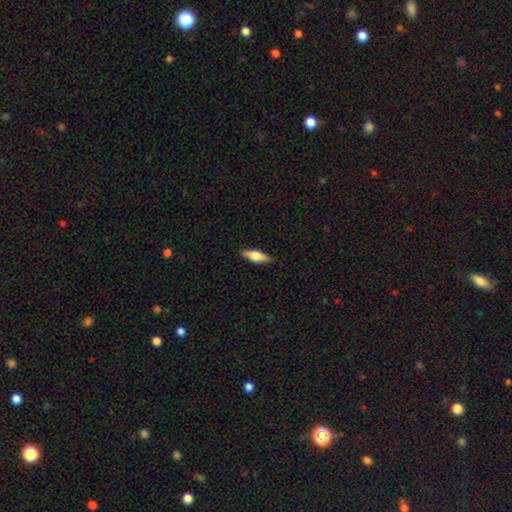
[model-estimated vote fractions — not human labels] A smooth galaxy with no disk features (62%) that is in between round and cigar-shaped (59%).

Vote fractions:
- Smooth or featured? smooth: 62% / featured or disk: 32% / star or artifact: 6%
- How rounded? in between: 59% / cigar-shaped: 38% / round: 3%
- Merging? none: 88% / minor disturbance: 9% / major disturbance: 2% / merger: 1%